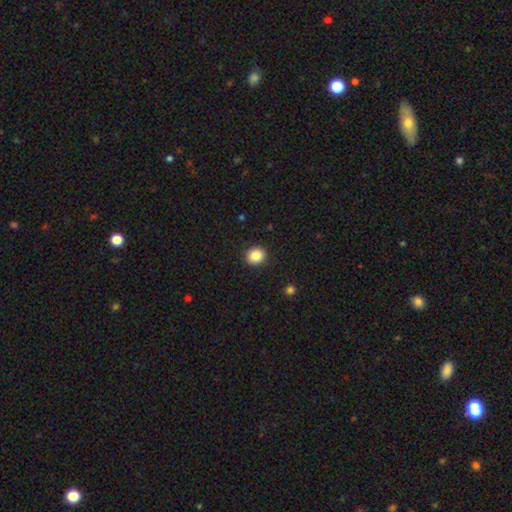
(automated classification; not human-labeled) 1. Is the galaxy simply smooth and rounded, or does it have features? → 86% smooth, 10% star or artifact, 4% featured or disk.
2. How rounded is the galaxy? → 78% round, 21% in between, 1% cigar-shaped.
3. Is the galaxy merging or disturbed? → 91% none, 6% minor disturbance, 2% major disturbance, 1% merger.